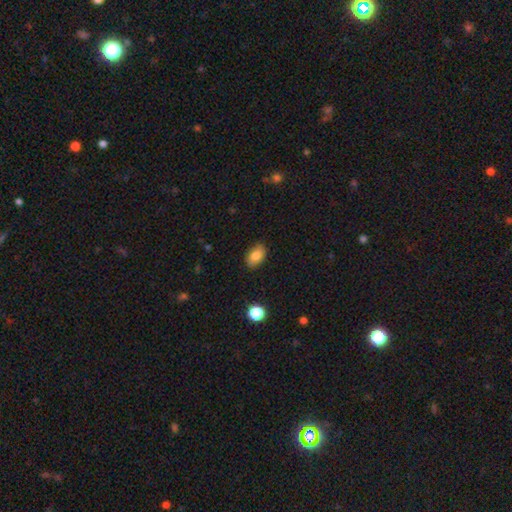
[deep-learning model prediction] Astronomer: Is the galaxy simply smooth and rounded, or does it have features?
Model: smooth — 84%.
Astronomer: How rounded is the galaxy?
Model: in between — 89%.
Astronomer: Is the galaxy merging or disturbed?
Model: none — 86%.